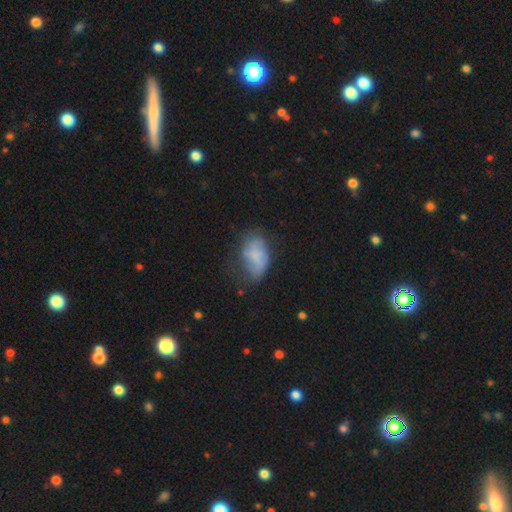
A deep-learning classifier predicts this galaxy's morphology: Q: Smooth or featured?
A: smooth (59%); runner-up: featured or disk (32%)
Q: How rounded?
A: in between (90%); runner-up: round (8%)
Q: Merging?
A: none (36%); runner-up: minor disturbance (34%)